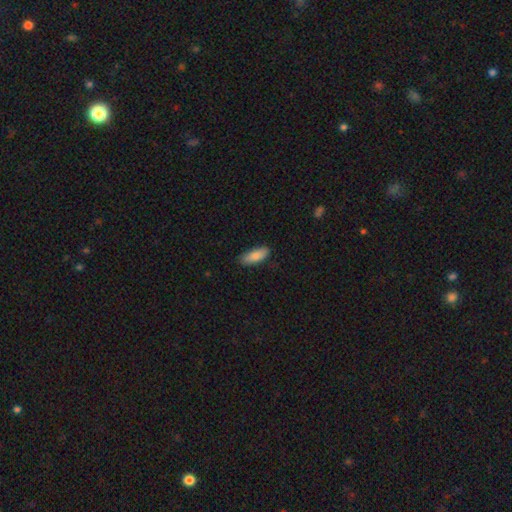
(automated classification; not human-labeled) smooth_or_featured: smooth (p=0.86) [alt: featured or disk p=0.08]
how_rounded: in between (p=0.75) [alt: cigar-shaped p=0.23]
merging: none (p=0.85) [alt: minor disturbance p=0.12]